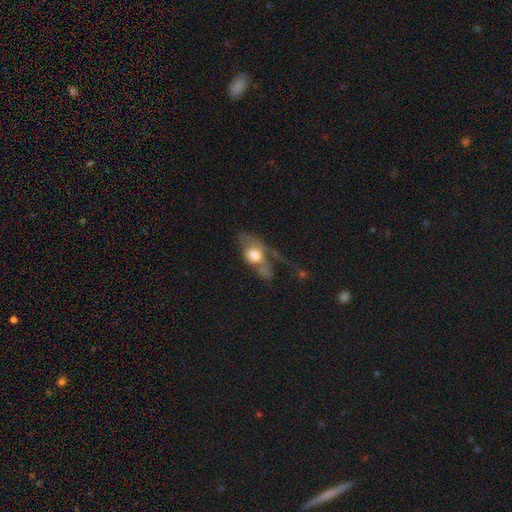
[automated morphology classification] Smooth or featured?
  - smooth: 49% *
  - featured or disk: 43%
  - star or artifact: 8%
Merging?
  - major disturbance: 59% *
  - none: 17%
  - minor disturbance: 16%
  - merger: 7%